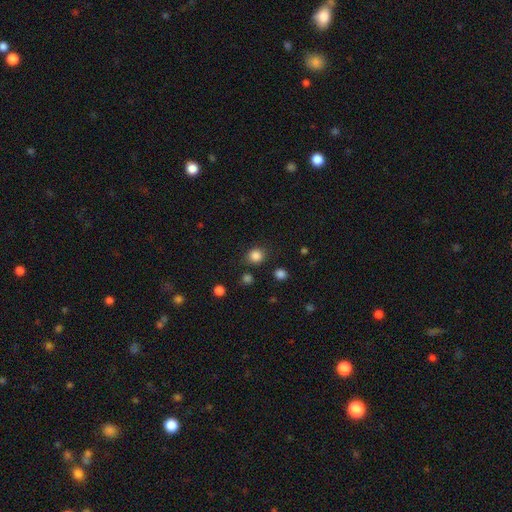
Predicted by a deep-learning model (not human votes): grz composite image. It shows a smooth galaxy with no disk features (84%) that is round (85%). Merging: none (83%).